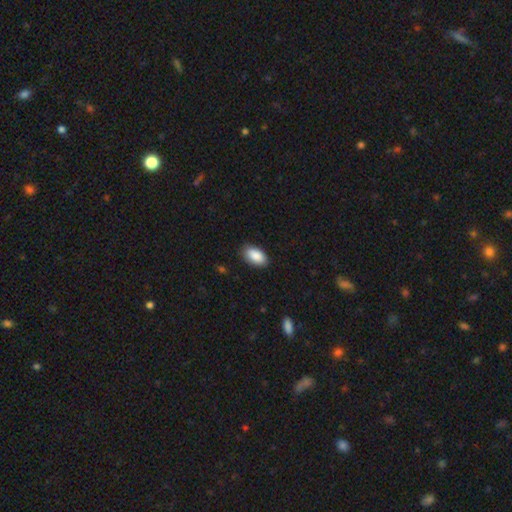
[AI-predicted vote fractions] smooth_or_featured: smooth (p=0.90) [alt: star or artifact p=0.06]
how_rounded: in between (p=0.95) [alt: round p=0.03]
merging: none (p=0.87) [alt: minor disturbance p=0.10]